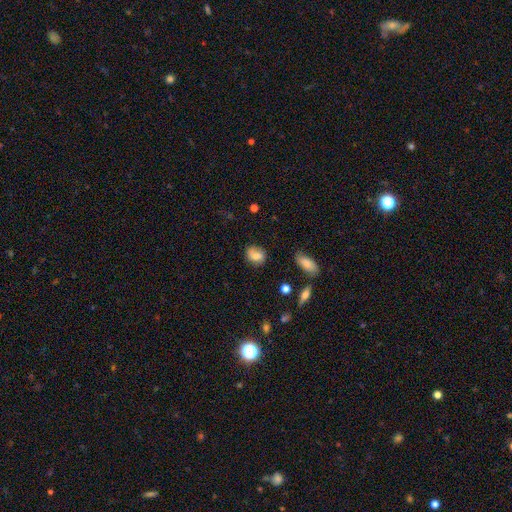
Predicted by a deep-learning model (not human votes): smooth_or_featured: smooth (p=0.72) [alt: featured or disk p=0.18]
how_rounded: in between (p=0.55) [alt: round p=0.43]
merging: none (p=0.69) [alt: minor disturbance p=0.22]